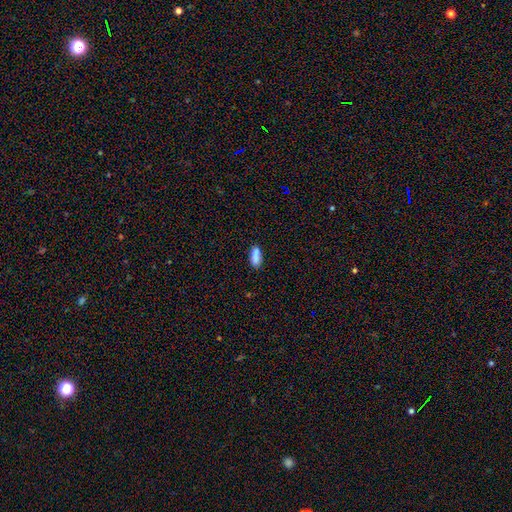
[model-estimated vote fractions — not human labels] A smooth galaxy with no disk features (85%) that is in between round and cigar-shaped (73%). Merging: none (73%).